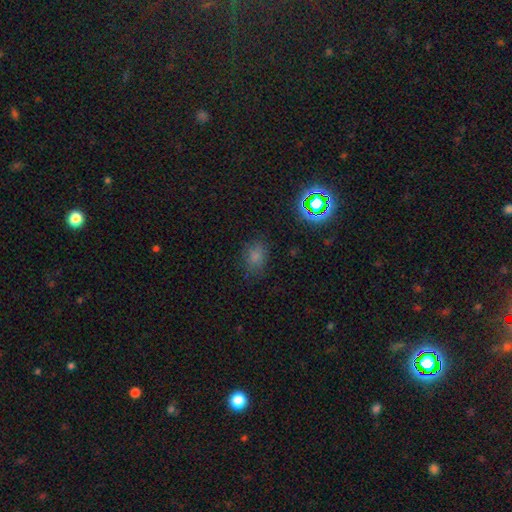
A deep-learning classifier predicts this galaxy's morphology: Smooth or featured: smooth — 73% (star or artifact — 20%)
How rounded: in between — 62% (round — 36%)
Merging: none — 77% (minor disturbance — 16%)